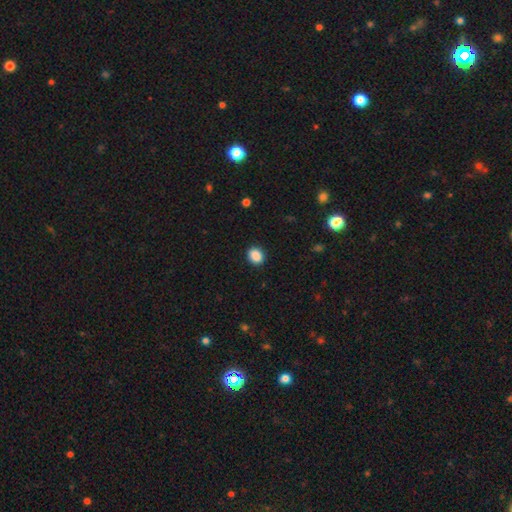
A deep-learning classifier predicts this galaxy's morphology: The model was most divided on "how rounded": round: 58%, in between: 41%, cigar-shaped: 1%. More confident: merging — none (91%); smooth or featured — smooth (89%).